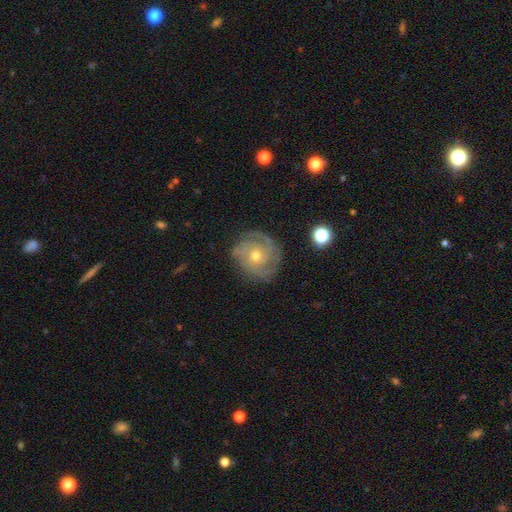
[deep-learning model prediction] Smooth or featured? Predicted: featured or disk (p=0.82). Edge-on disk? Predicted: no (p=0.97). Bar? Predicted: no (p=0.78). Spiral arms? Predicted: yes (p=0.95). Spiral winding? Predicted: tight (p=0.66). Spiral arm count? Predicted: 3 (p=0.36). Bulge size? Predicted: moderate (p=0.51). Merging? Predicted: none (p=0.78).